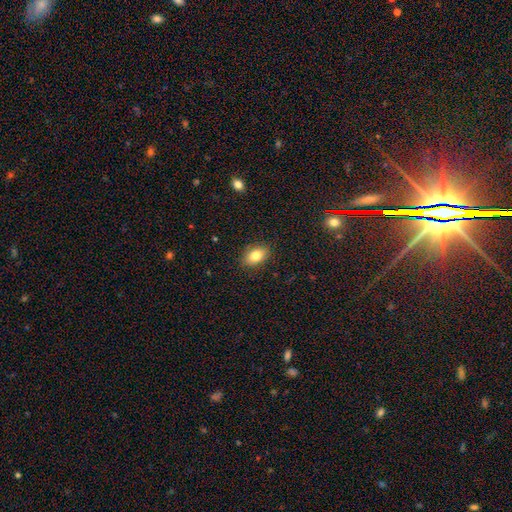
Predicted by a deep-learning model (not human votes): Smooth or featured: smooth — 81% (featured or disk — 10%)
How rounded: in between — 82% (round — 16%)
Merging: none — 87% (minor disturbance — 10%)